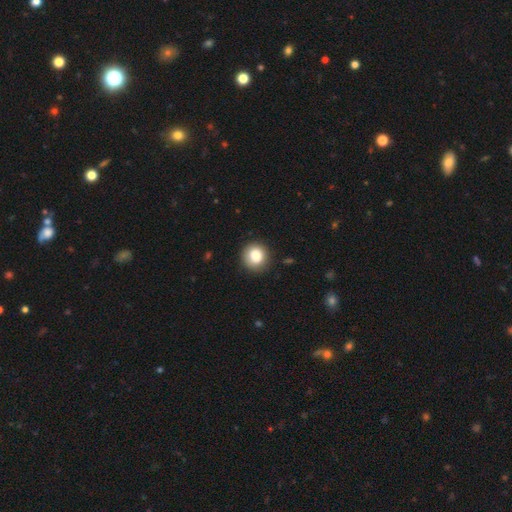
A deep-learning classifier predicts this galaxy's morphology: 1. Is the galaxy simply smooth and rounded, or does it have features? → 85% smooth, 9% star or artifact, 7% featured or disk.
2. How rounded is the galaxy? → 88% round, 11% in between, 1% cigar-shaped.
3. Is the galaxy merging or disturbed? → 85% none, 11% minor disturbance, 3% major disturbance, 1% merger.